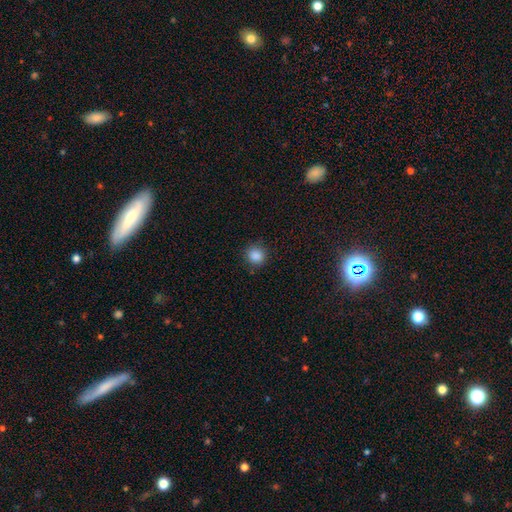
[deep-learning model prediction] smooth-or-featured: smooth: 87% | star or artifact: 10% | featured or disk: 3%
  how-rounded: round: 89% | in between: 10% | cigar-shaped: 1%
  merging: none: 87% | minor disturbance: 9% | major disturbance: 3% | merger: 1%